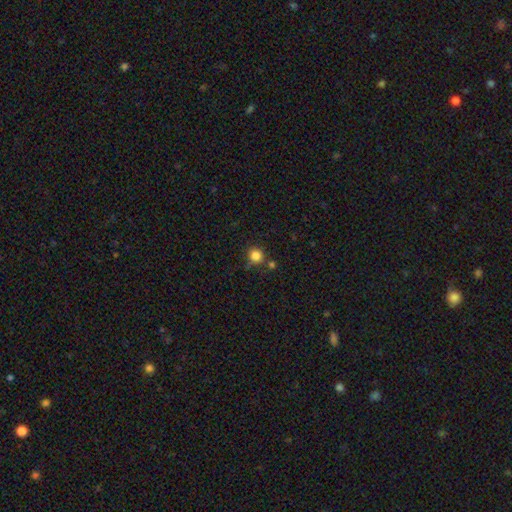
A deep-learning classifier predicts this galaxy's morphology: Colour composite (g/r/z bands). It shows a smooth galaxy with no disk features (83%) that is round (91%). Merging: none (73%).